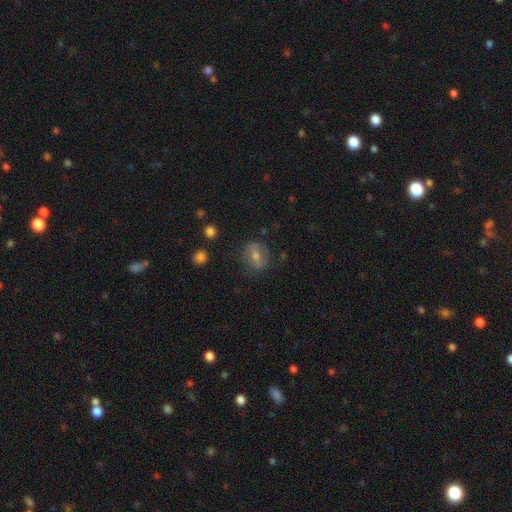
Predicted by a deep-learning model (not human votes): This is possibly a featured or disk galaxy (47%). Merging: likely none (78%).